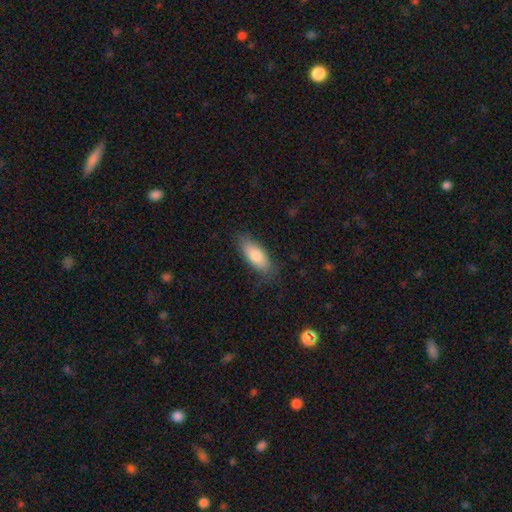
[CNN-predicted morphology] Smooth or featured: smooth — 78% (featured or disk — 16%)
How rounded: in between — 78% (cigar-shaped — 20%)
Merging: none — 80% (minor disturbance — 15%)